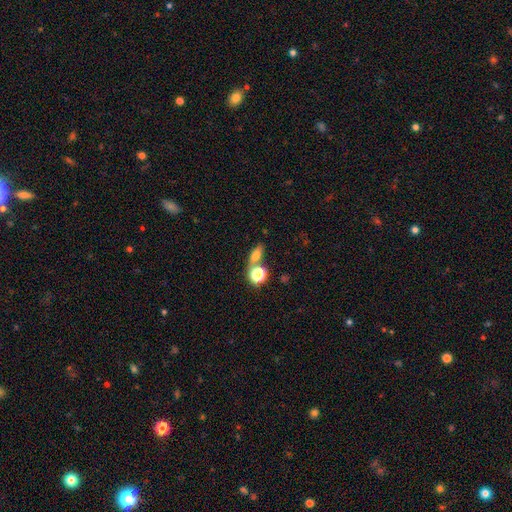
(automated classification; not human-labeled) smooth_or_featured: smooth (p=0.68) [alt: featured or disk p=0.17]
how_rounded: in between (p=0.61) [alt: round p=0.25]
merging: none (p=0.58) [alt: merger p=0.26]